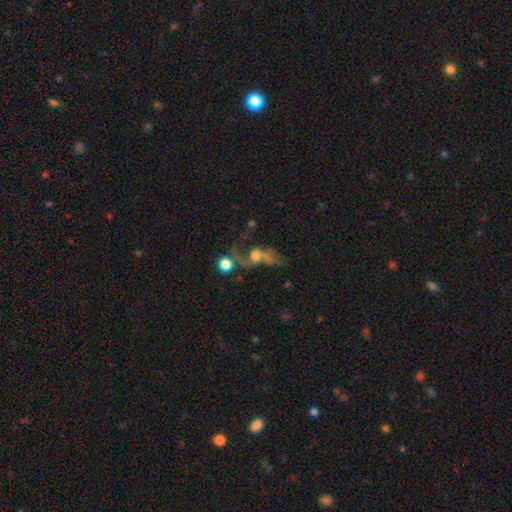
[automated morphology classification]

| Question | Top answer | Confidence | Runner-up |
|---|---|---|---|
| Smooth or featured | featured or disk | 54% | star or artifact (24%) |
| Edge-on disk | no | 91% | yes (9%) |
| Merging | major disturbance | 31% | none (30%) |